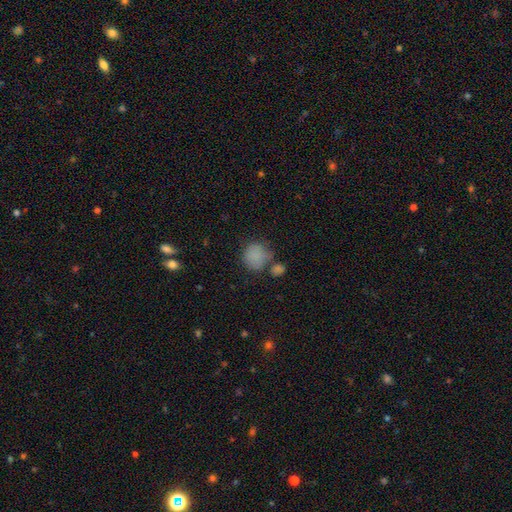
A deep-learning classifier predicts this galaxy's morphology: smooth-or-featured: smooth: 82% | star or artifact: 11% | featured or disk: 7%
  how-rounded: round: 82% | in between: 17% | cigar-shaped: 1%
  merging: none: 56% | minor disturbance: 18% | merger: 18% | major disturbance: 9%